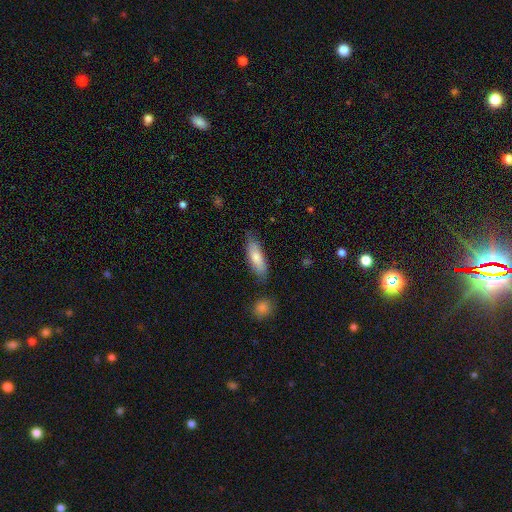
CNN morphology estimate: A smooth galaxy with no disk features (75%) that is in between round and cigar-shaped (57%). Merging: none (76%).